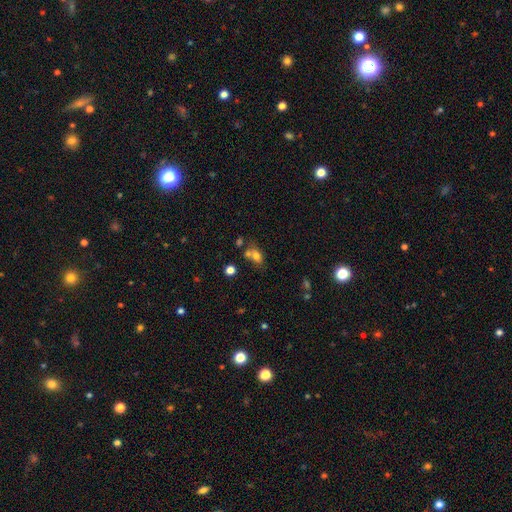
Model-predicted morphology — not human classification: A smooth galaxy with no disk features (70%) that is in between round and cigar-shaped (65%). Merging: none (42%).